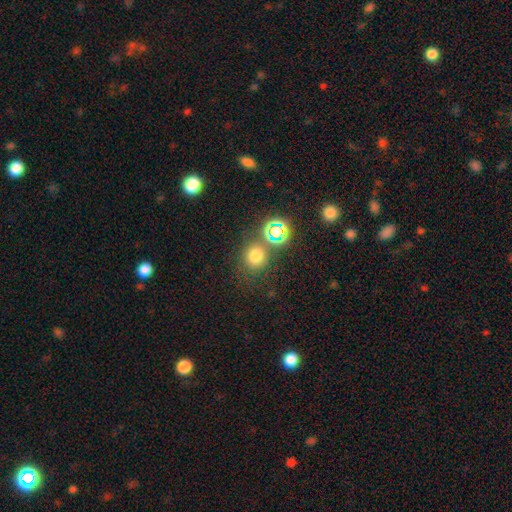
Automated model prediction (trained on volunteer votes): Q: Smooth or featured?
A: smooth (69%); runner-up: star or artifact (24%)
Q: How rounded?
A: round (85%); runner-up: in between (14%)
Q: Merging?
A: none (72%); runner-up: merger (14%)